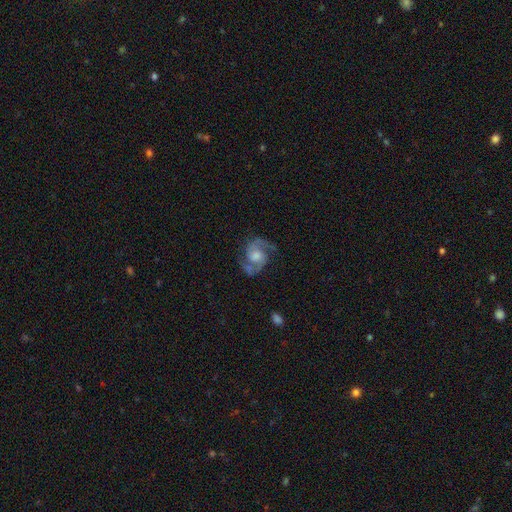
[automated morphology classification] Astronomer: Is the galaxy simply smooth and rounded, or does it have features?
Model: featured or disk — 87%.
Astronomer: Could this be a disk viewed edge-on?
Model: no — 98%.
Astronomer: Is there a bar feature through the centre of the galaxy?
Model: no — 62%.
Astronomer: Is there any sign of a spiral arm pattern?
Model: yes — 97%.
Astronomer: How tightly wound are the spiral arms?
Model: medium — 57%.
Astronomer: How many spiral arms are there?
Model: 2 — 92%.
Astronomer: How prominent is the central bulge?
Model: moderate — 44% (runner-up: large, 23%).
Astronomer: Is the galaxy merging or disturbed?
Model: none — 71%.